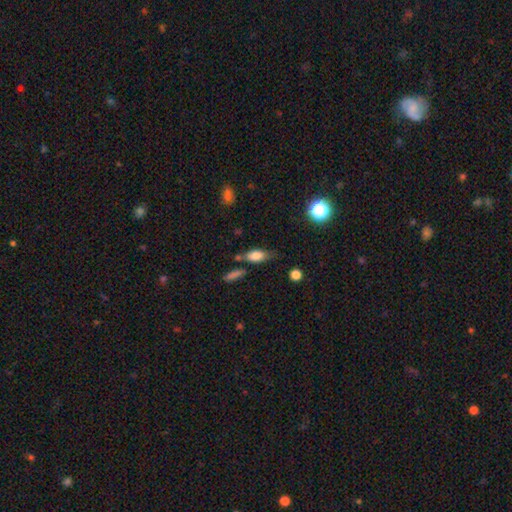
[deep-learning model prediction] smooth 77%, featured or disk 15%, star or artifact 9%. Down the decision tree: how rounded — in between (81%); merging — none (57%).